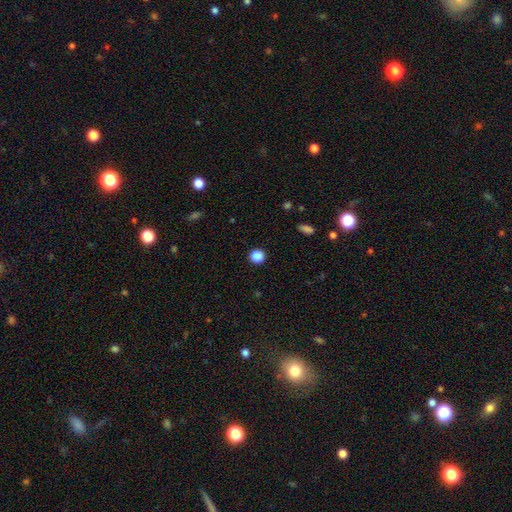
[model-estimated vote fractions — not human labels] A smooth galaxy with no disk features (87%) that is round (92%). Merging: none (92%).